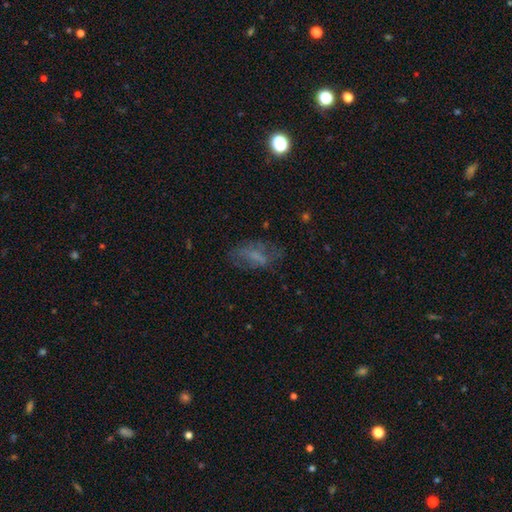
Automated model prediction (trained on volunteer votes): Smooth or featured? smooth (48%)
Merging? none (56%)